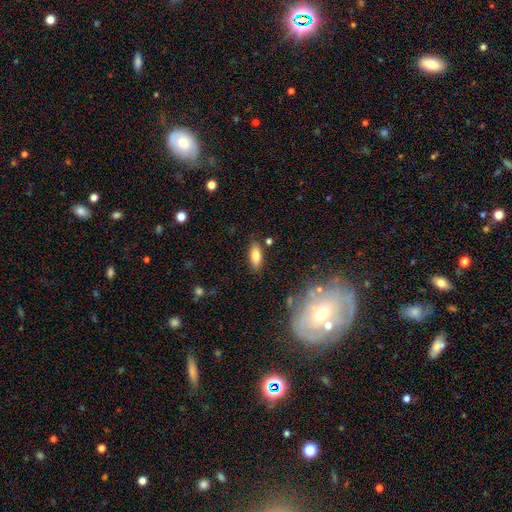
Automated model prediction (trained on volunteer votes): smooth_or_featured: smooth (p=0.78) [alt: featured or disk p=0.13]
how_rounded: in between (p=0.81) [alt: cigar-shaped p=0.16]
merging: none (p=0.82) [alt: minor disturbance p=0.12]